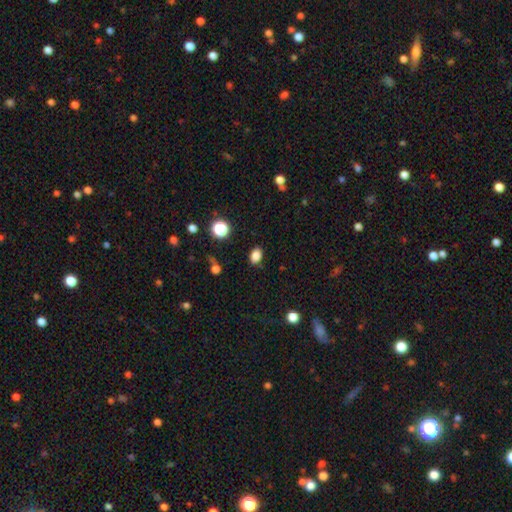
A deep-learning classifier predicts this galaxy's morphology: Smooth or featured? smooth (84%)
How rounded? in between (78%)
Merging? none (86%)